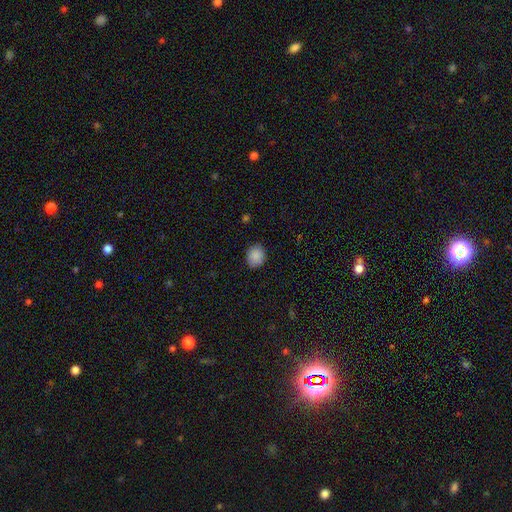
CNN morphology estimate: type=smooth (89%); roundness=round (63%); merging=none (87%).